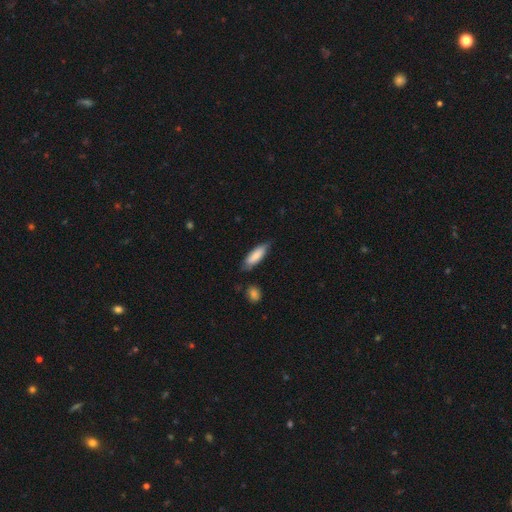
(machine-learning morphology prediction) Q: Smooth or featured?
A: smooth (80%); runner-up: featured or disk (14%)
Q: How rounded?
A: in between (56%); runner-up: cigar-shaped (43%)
Q: Merging?
A: none (72%); runner-up: minor disturbance (21%)